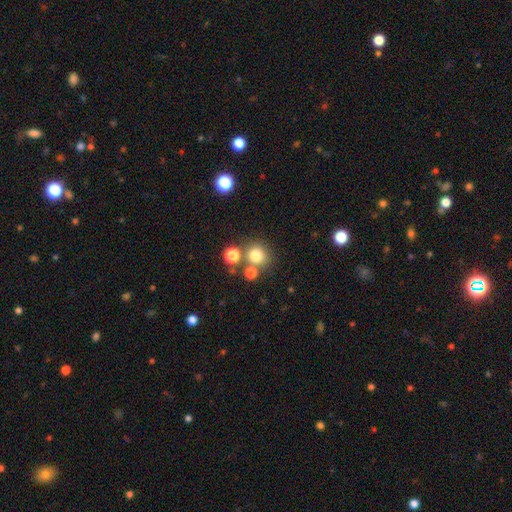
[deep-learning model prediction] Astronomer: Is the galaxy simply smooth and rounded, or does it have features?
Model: smooth — 76%.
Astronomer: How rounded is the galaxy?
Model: round — 89%.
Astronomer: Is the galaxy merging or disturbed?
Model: none — 69%.